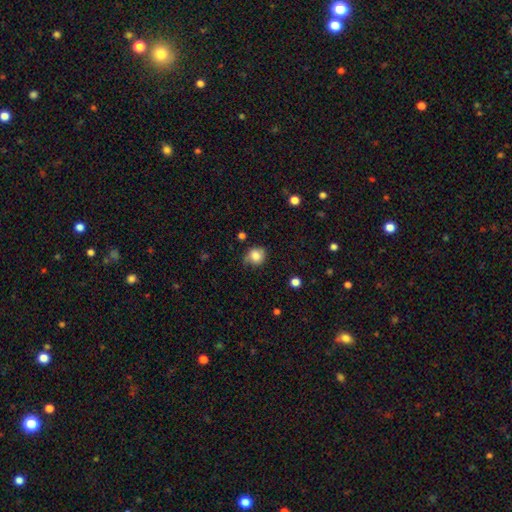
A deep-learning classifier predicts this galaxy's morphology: smooth-or-featured: smooth: 82% | star or artifact: 9% | featured or disk: 9%
  how-rounded: round: 72% | in between: 27% | cigar-shaped: 1%
  merging: none: 60% | minor disturbance: 30% | major disturbance: 7% | merger: 2%